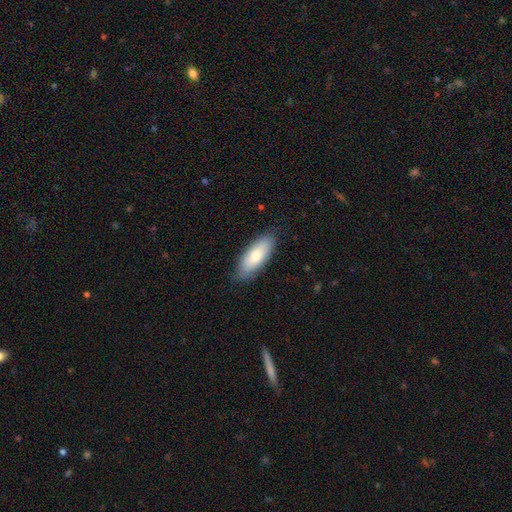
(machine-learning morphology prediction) Smooth or featured: smooth — 74% (featured or disk — 20%)
How rounded: in between — 76% (cigar-shaped — 22%)
Merging: none — 82% (minor disturbance — 14%)